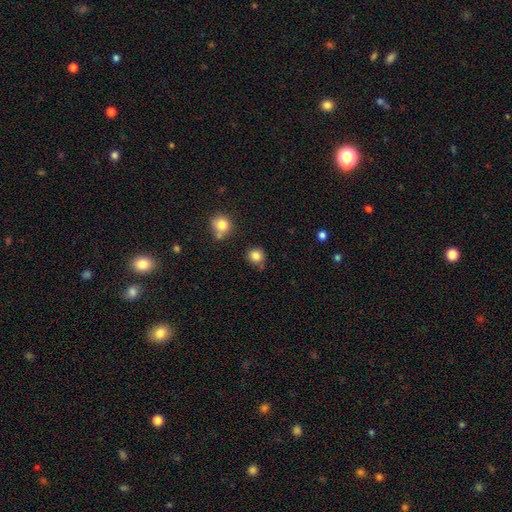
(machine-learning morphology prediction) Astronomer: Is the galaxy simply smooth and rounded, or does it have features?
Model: smooth — 85%.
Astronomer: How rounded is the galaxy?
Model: round — 88%.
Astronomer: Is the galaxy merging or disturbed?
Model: none — 77%.